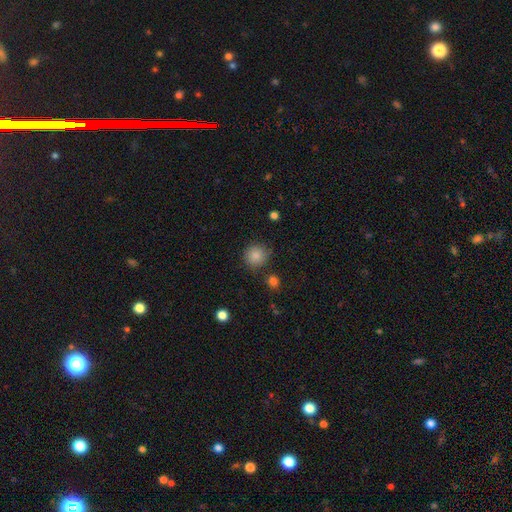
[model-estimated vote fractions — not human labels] A smooth galaxy with no disk features (86%) that is round (90%). Merging: none (80%).